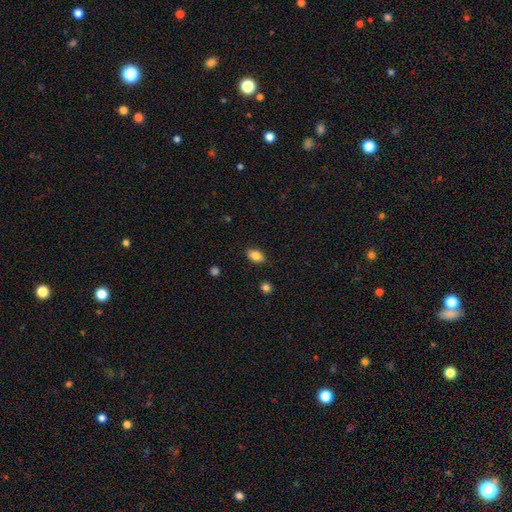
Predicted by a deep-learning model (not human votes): Smooth or featured: smooth — 85% (star or artifact — 8%)
How rounded: in between — 88% (round — 10%)
Merging: none — 87% (minor disturbance — 10%)